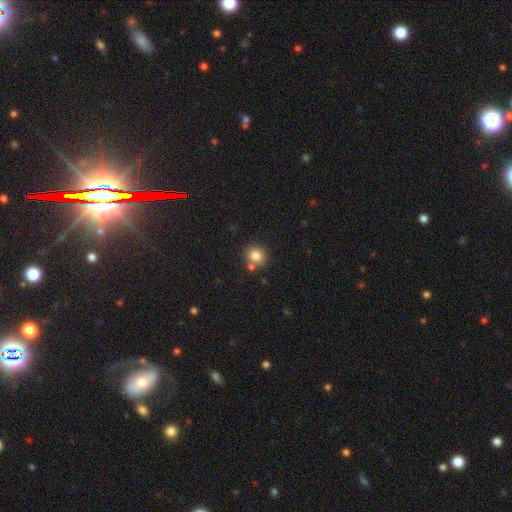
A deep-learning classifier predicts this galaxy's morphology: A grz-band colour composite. It shows a smooth galaxy with no disk features (82%) that is round (82%). Merging: none (71%).